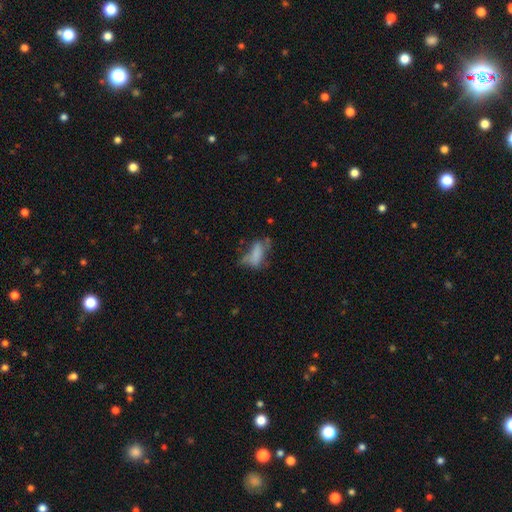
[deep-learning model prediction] Smooth or featured? smooth (64%)
How rounded? in between (84%)
Merging? major disturbance (35%)